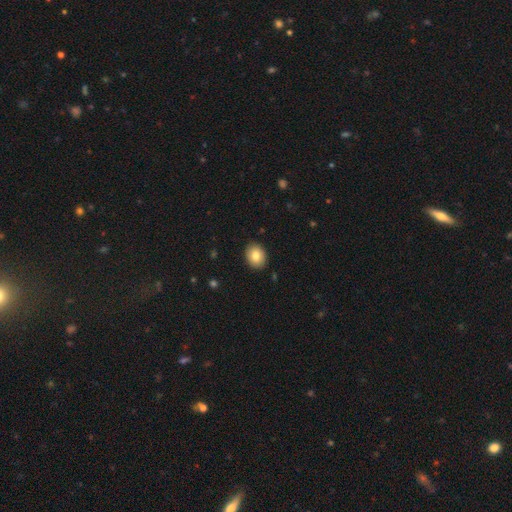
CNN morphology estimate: Overall: smooth (83%). How rounded: in between (54%; round 45%). Merging: none (90%).